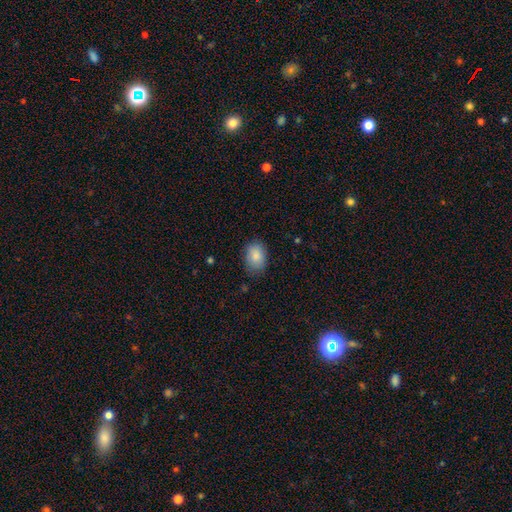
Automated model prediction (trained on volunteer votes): This appears to be a smooth galaxy with no disk features (88%) that is in between round and cigar-shaped (79%). Merging: none (80%).